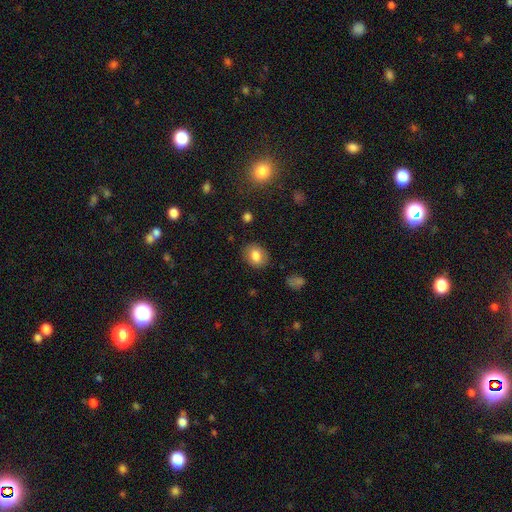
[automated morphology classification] A smooth galaxy with no disk features (80%) that is in between round and cigar-shaped (52%). Merging: none (85%).